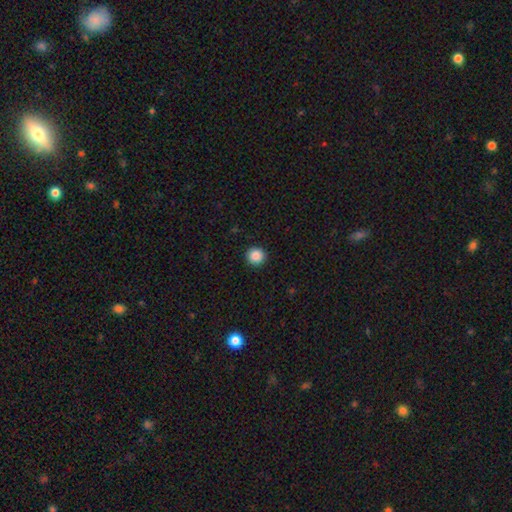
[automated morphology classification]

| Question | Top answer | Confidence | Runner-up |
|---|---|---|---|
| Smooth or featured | smooth | 87% | star or artifact (10%) |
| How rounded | round | 95% | in between (4%) |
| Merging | none | 93% | minor disturbance (4%) |